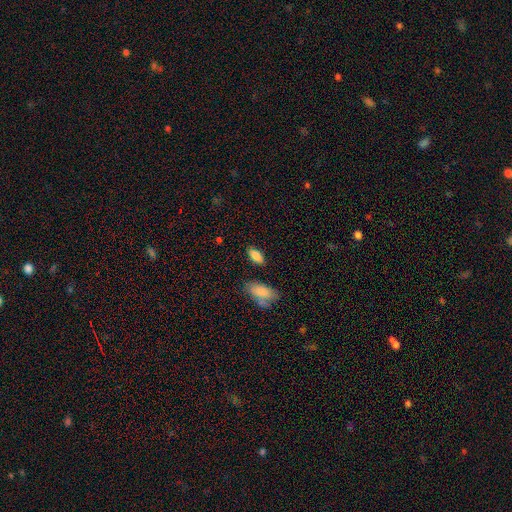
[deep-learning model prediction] Morphology: type=smooth (86%); roundness=in between (89%); merging=none (83%).